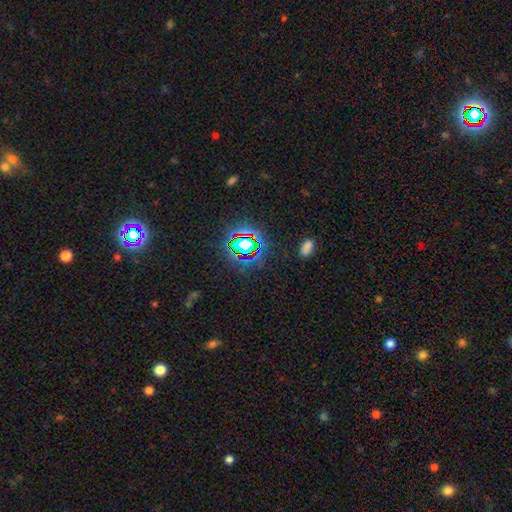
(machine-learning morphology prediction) star or artifact 76%, smooth 14%, featured or disk 10%.